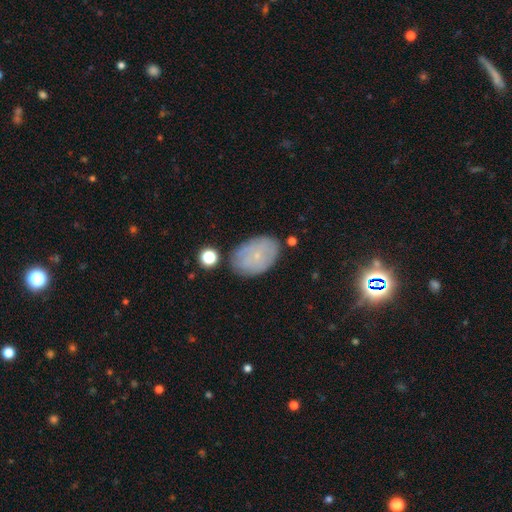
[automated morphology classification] A smooth galaxy with no disk features (57%) that is in between round and cigar-shaped (86%). Merging: none (76%).